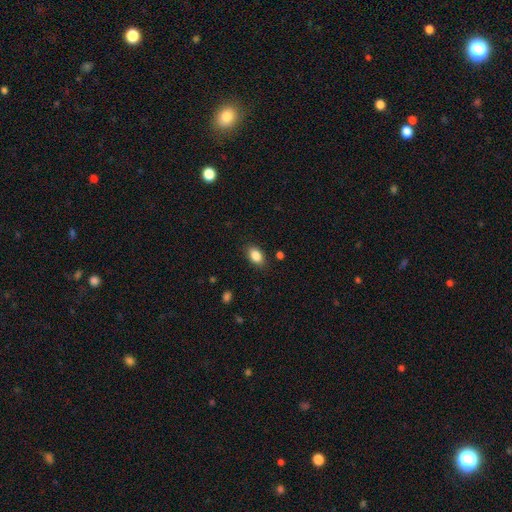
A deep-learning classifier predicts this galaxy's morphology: smooth_or_featured: smooth (p=0.86) [alt: star or artifact p=0.08]
how_rounded: in between (p=0.87) [alt: round p=0.11]
merging: none (p=0.86) [alt: minor disturbance p=0.10]